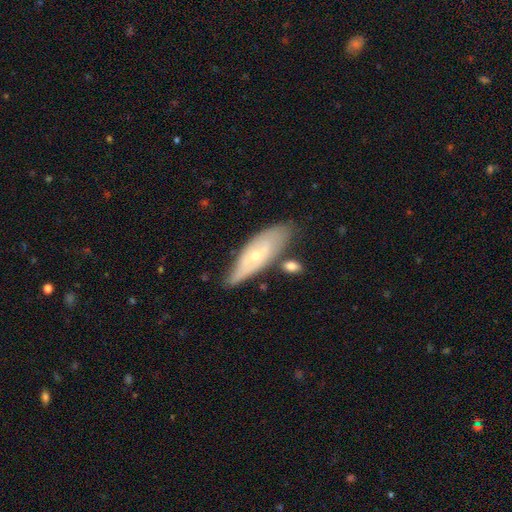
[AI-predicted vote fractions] The model was most divided on "smooth or featured": featured or disk: 57%, smooth: 37%, star or artifact: 6%. More confident: edge-on disk — no (71%); merging — none (60%).